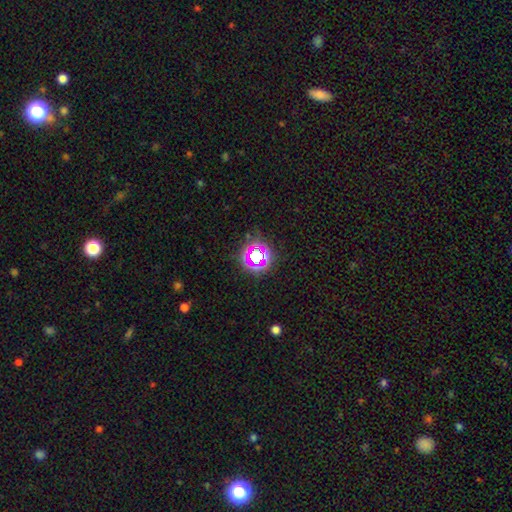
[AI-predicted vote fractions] Smooth or featured? star or artifact (64%)